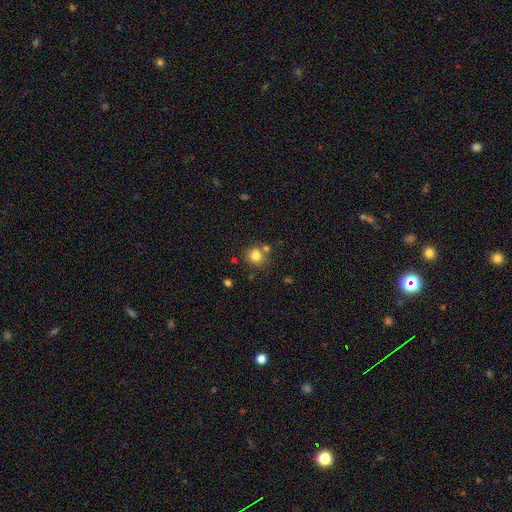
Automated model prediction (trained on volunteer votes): Smooth or featured: smooth — 81% (star or artifact — 12%)
How rounded: round — 86% (in between — 13%)
Merging: none — 68% (merger — 16%)